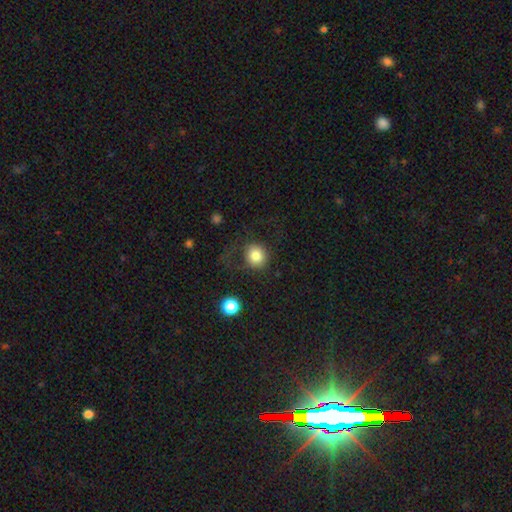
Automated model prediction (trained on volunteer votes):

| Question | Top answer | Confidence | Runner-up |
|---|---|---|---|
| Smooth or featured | smooth | 82% | star or artifact (10%) |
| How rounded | round | 88% | in between (11%) |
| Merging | none | 67% | minor disturbance (15%) |